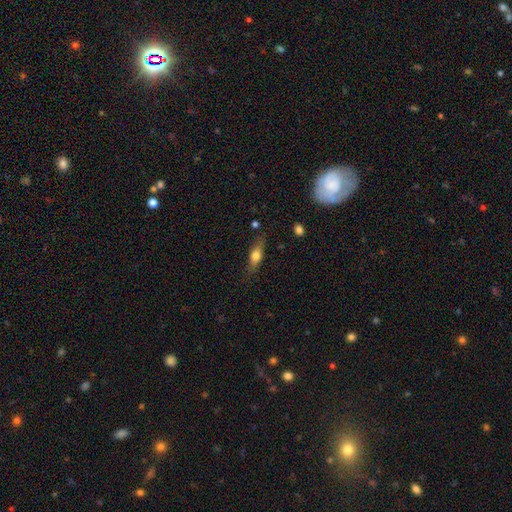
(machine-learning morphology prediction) This is possibly a smooth galaxy (60%). How rounded: possibly in between (50%). Merging: likely none (78%).